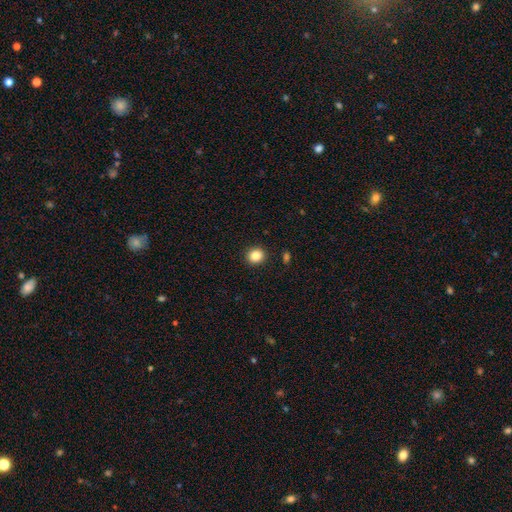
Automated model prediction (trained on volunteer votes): smooth 85%, star or artifact 10%, featured or disk 5%. Down the decision tree: how rounded — round (80%); merging — none (92%).